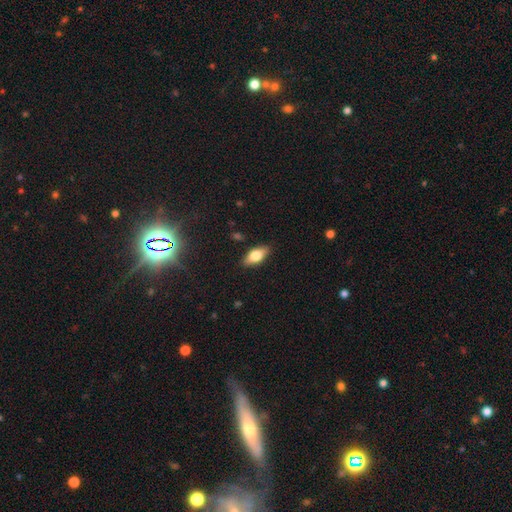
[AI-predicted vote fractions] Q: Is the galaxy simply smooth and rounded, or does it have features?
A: smooth — 61%.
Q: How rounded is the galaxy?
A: in between — 81%.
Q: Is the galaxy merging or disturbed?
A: none — 86%.